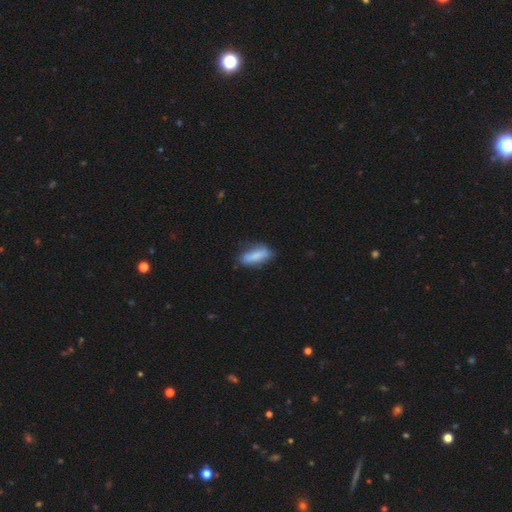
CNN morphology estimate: A smooth galaxy with no disk features (77%) that is in between round and cigar-shaped (61%). Merging: none (66%).